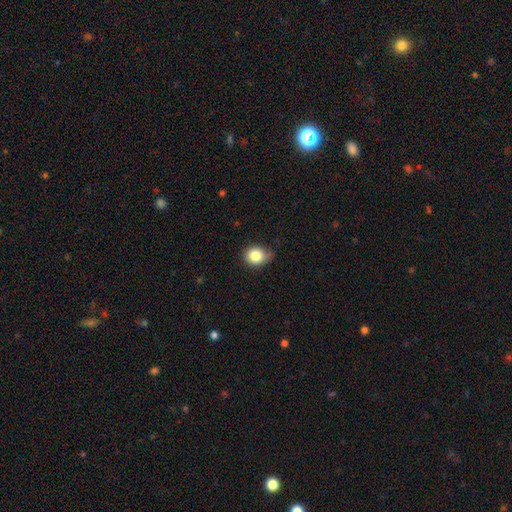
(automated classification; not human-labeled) The model was most divided on "how rounded": round: 69%, in between: 30%, cigar-shaped: 1%. More confident: smooth or featured — smooth (84%); merging — none (67%).